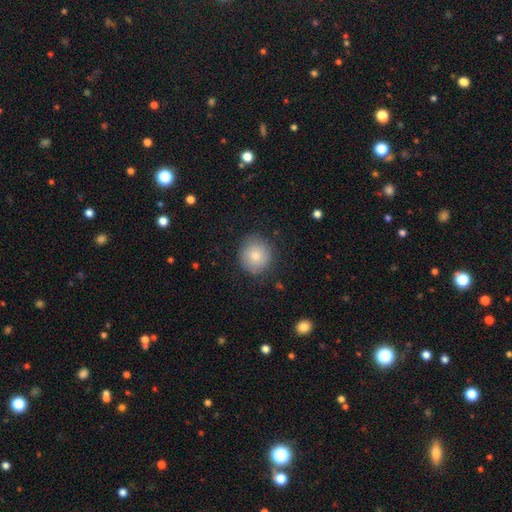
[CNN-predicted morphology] The model was most divided on "smooth or featured": smooth: 79%, featured or disk: 13%, star or artifact: 8%. More confident: how rounded — round (89%); merging — none (82%).